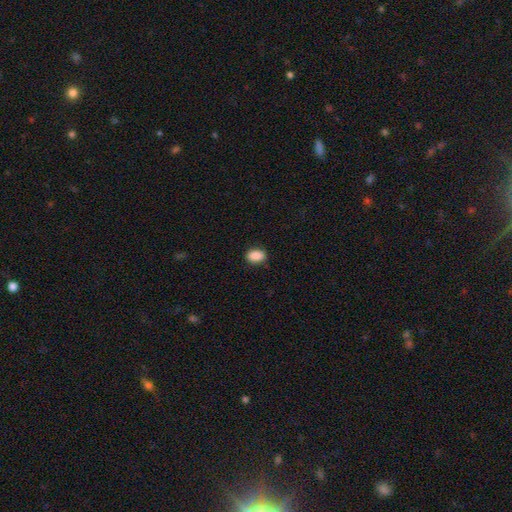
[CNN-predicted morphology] Smooth or featured: smooth — 89% (star or artifact — 8%)
How rounded: in between — 81% (round — 17%)
Merging: none — 86% (minor disturbance — 11%)